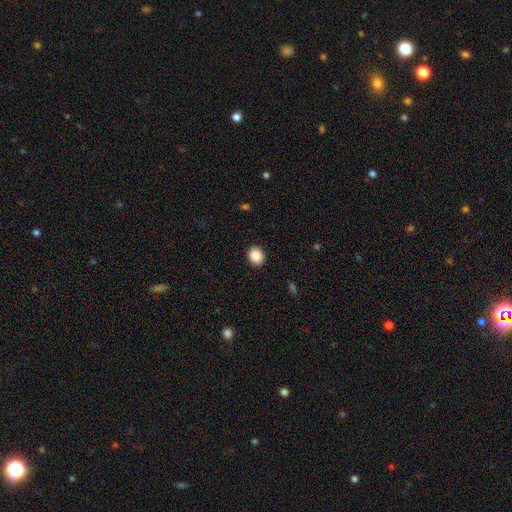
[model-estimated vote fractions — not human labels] Smooth or featured? Predicted: smooth (p=0.89). How rounded? Predicted: round (p=0.66). Merging? Predicted: none (p=0.91).